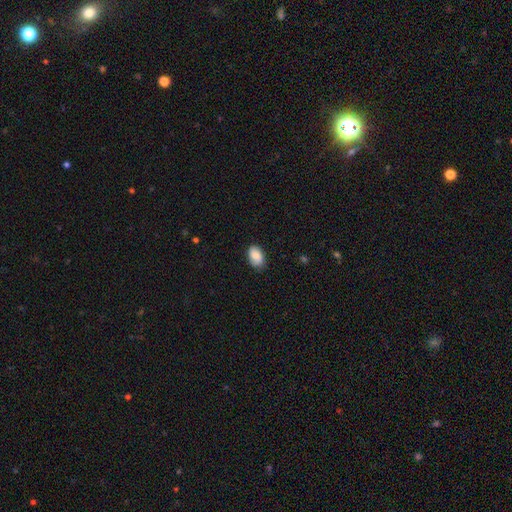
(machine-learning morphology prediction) Smooth or featured?
  - smooth: 77% *
  - featured or disk: 16%
  - star or artifact: 7%
How rounded?
  - in between: 88% *
  - round: 11%
  - cigar-shaped: 1%
Merging?
  - none: 79% *
  - minor disturbance: 17%
  - major disturbance: 3%
  - merger: 1%